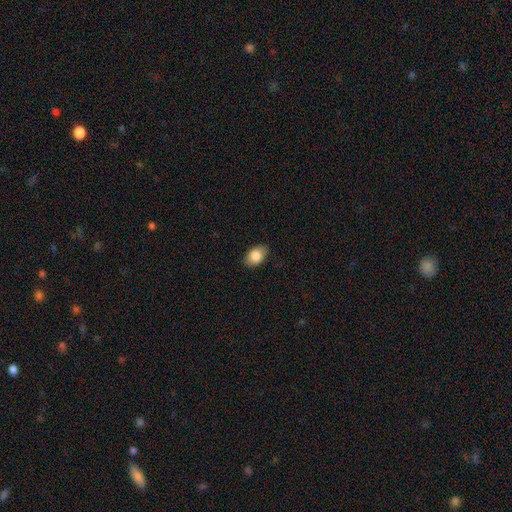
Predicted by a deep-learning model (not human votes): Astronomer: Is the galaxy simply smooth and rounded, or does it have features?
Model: smooth — 84%.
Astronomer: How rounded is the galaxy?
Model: in between — 84%.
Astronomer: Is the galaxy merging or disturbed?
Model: none — 83%.